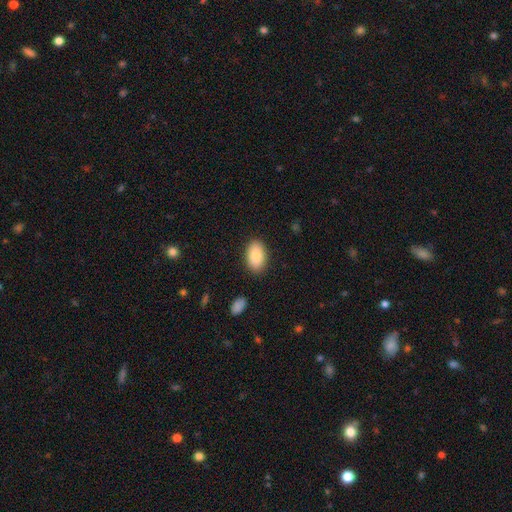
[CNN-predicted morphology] smooth_or_featured: smooth (p=0.87) [alt: star or artifact p=0.06]
how_rounded: in between (p=0.93) [alt: round p=0.05]
merging: none (p=0.87) [alt: minor disturbance p=0.09]